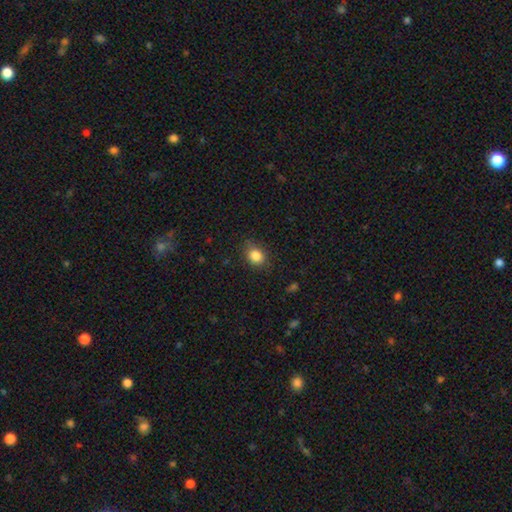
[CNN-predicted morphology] Smooth or featured?
  - smooth: 85% *
  - star or artifact: 10%
  - featured or disk: 5%
How rounded?
  - in between: 55% *
  - round: 44%
  - cigar-shaped: 1%
Merging?
  - none: 82% *
  - minor disturbance: 13%
  - major disturbance: 3%
  - merger: 1%